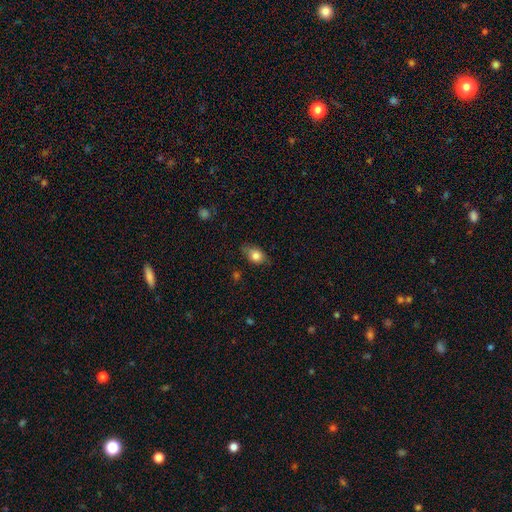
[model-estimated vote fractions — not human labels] The model was most divided on "merging": none: 72%, minor disturbance: 22%, major disturbance: 4%, merger: 1%. More confident: smooth or featured — smooth (80%); how rounded — in between (74%).